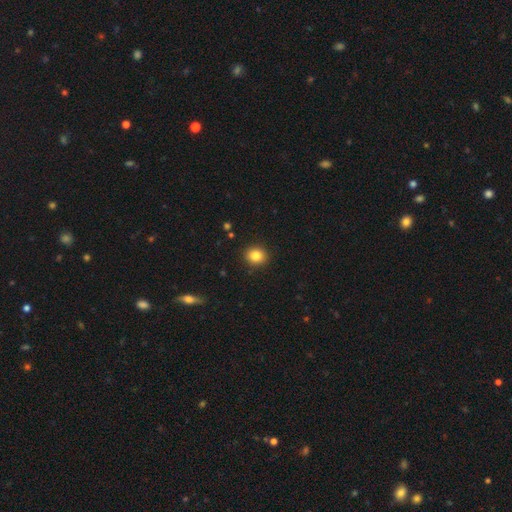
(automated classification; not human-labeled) Smooth or featured? Predicted: smooth (p=0.84). How rounded? Predicted: round (p=0.78). Merging? Predicted: none (p=0.91).